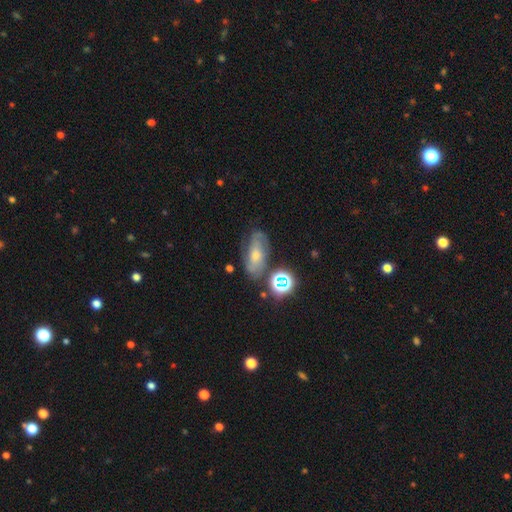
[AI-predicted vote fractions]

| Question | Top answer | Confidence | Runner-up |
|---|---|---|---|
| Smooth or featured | featured or disk | 49% | smooth (25%) |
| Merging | none | 69% | minor disturbance (18%) |